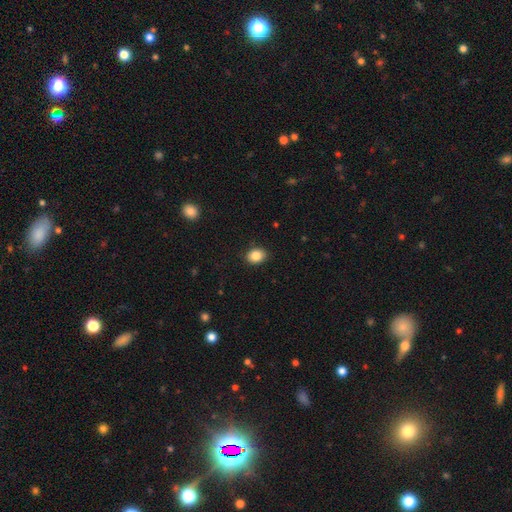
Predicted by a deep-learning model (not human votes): A smooth galaxy with no disk features (86%) that is in between round and cigar-shaped (59%).

Vote fractions:
- Smooth or featured? smooth: 86% / star or artifact: 9% / featured or disk: 6%
- How rounded? in between: 59% / round: 40% / cigar-shaped: 1%
- Merging? none: 88% / minor disturbance: 9% / major disturbance: 2% / merger: 1%